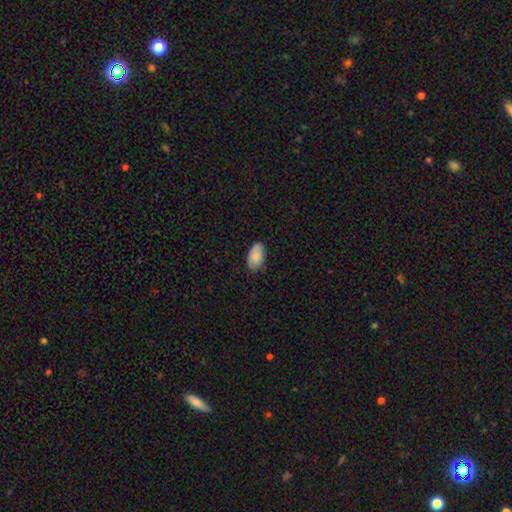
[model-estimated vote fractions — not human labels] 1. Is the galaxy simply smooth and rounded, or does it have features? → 86% smooth, 8% featured or disk, 7% star or artifact.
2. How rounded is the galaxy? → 93% in between, 5% round, 2% cigar-shaped.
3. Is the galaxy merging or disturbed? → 78% none, 18% minor disturbance, 3% major disturbance, 1% merger.